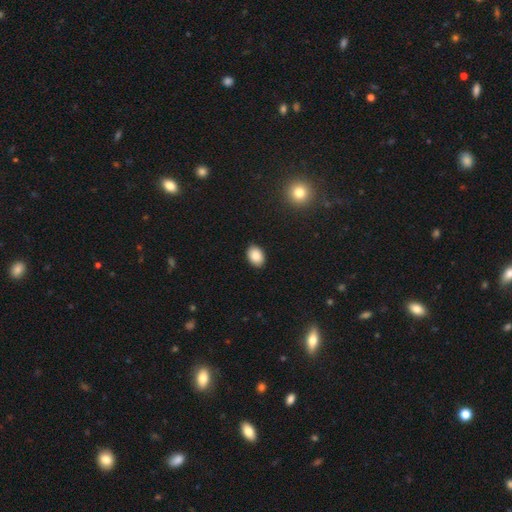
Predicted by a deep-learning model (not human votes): Morphology: type=smooth (87%); roundness=in between (81%); merging=none (90%).